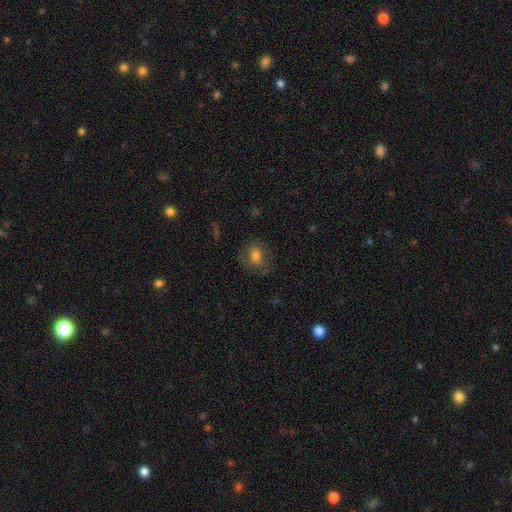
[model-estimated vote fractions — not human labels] smooth 70%, featured or disk 19%, star or artifact 11%. Down the decision tree: how rounded — in between (52%); merging — none (71%).